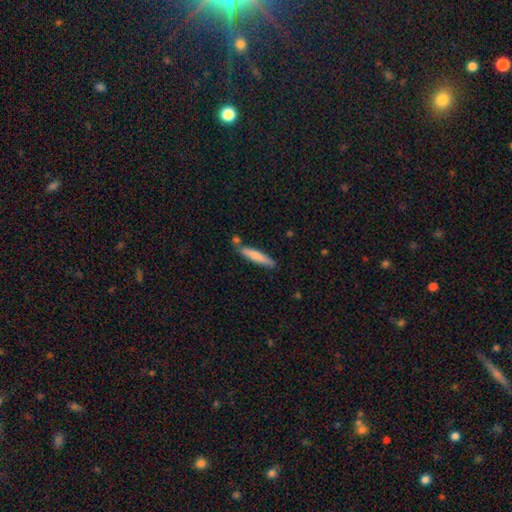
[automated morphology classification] Smooth or featured: smooth — 74% (featured or disk — 21%)
How rounded: cigar-shaped — 89% (in between — 10%)
Merging: none — 74% (minor disturbance — 14%)